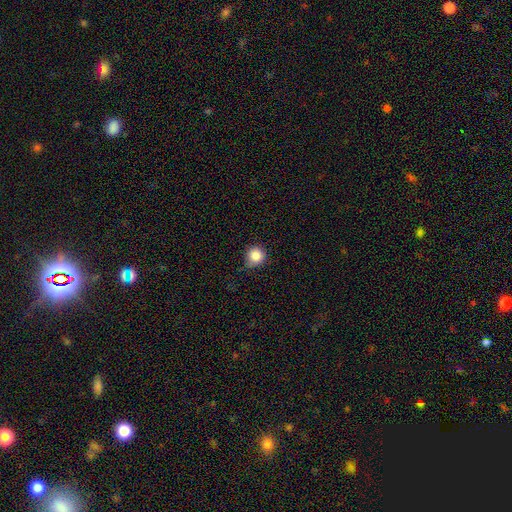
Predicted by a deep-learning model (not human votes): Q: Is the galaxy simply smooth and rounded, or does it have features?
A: smooth — 86%.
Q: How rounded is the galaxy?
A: round — 93%.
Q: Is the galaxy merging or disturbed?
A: none — 73%.